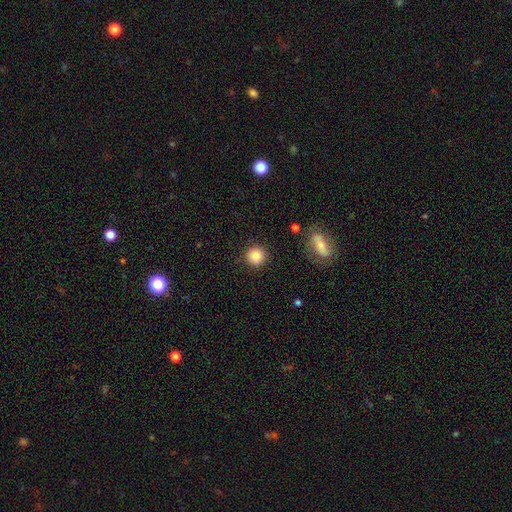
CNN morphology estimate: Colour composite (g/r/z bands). It shows a smooth galaxy with no disk features (84%) that is round (93%). Merging: none (88%).